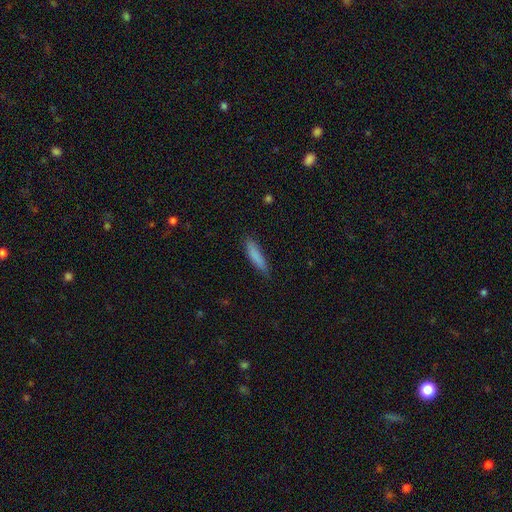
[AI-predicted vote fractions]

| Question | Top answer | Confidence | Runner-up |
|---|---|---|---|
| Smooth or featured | smooth | 84% | featured or disk (10%) |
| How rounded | cigar-shaped | 81% | in between (18%) |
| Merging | none | 80% | minor disturbance (16%) |